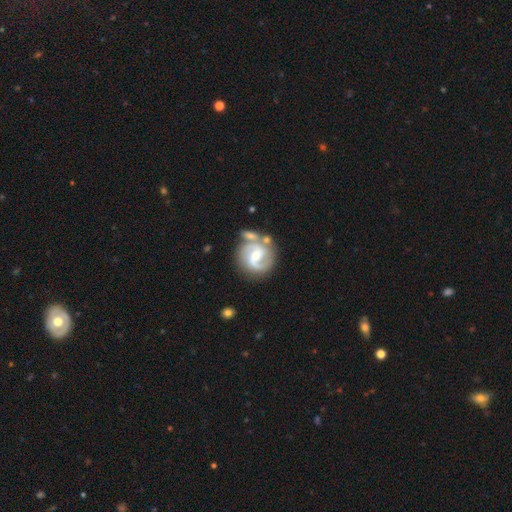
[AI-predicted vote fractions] Q: Smooth or featured?
A: featured or disk (84%); runner-up: smooth (11%)
Q: Edge-on disk?
A: no (98%); runner-up: yes (2%)
Q: Bar?
A: weak (47%); runner-up: no (34%)
Q: Spiral arms?
A: yes (95%); runner-up: no (5%)
Q: Spiral winding?
A: medium (51%); runner-up: tight (28%)
Q: Spiral arm count?
A: 2 (83%); runner-up: can't tell (5%)
Q: Bulge size?
A: moderate (50%); runner-up: small (44%)
Q: Merging?
A: none (60%); runner-up: merger (19%)